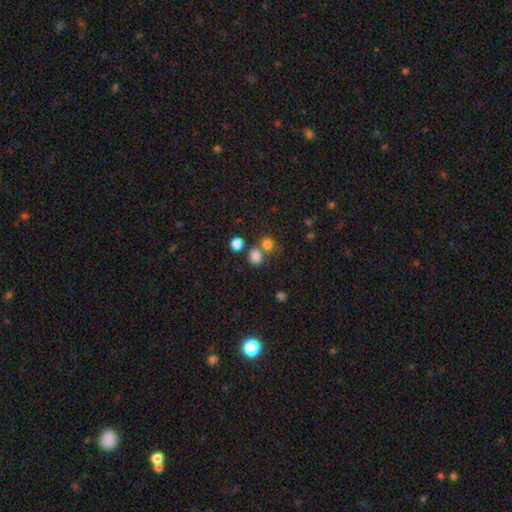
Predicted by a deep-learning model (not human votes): Smooth or featured? smooth (80%)
How rounded? round (75%)
Merging? none (59%)